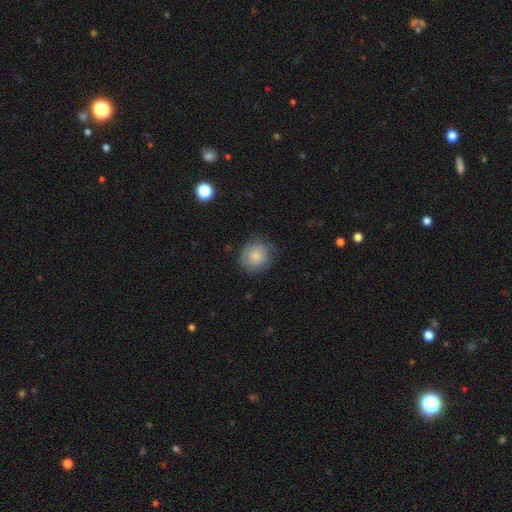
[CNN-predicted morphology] smooth 76%, featured or disk 17%, star or artifact 8%. Down the decision tree: how rounded — round (88%); merging — none (70%).